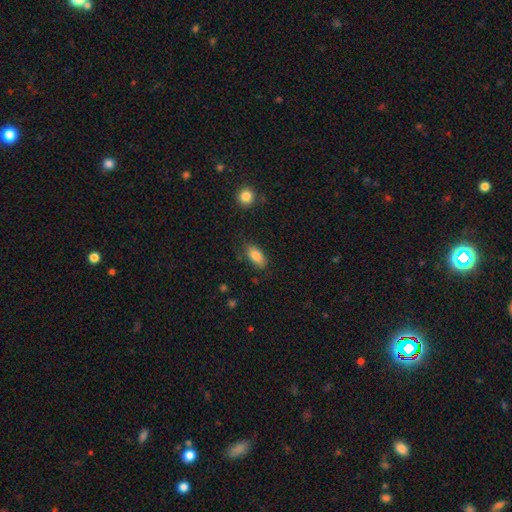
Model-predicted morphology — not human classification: Q: Smooth or featured?
A: smooth (86%); runner-up: star or artifact (7%)
Q: How rounded?
A: in between (90%); runner-up: cigar-shaped (6%)
Q: Merging?
A: none (75%); runner-up: minor disturbance (18%)